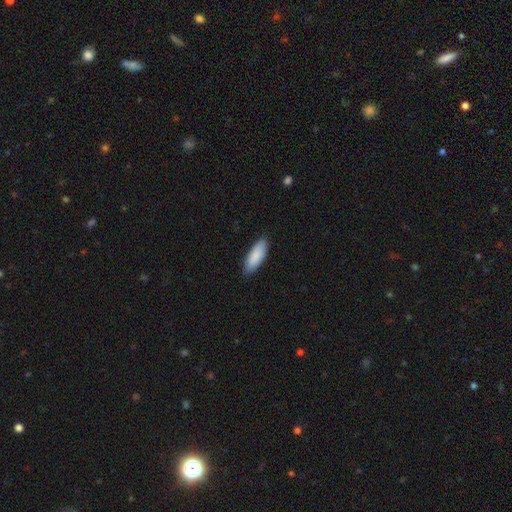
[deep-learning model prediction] Smooth or featured?
  - smooth: 88% *
  - featured or disk: 7%
  - star or artifact: 5%
How rounded?
  - in between: 74% *
  - cigar-shaped: 25%
  - round: 2%
Merging?
  - none: 85% *
  - minor disturbance: 12%
  - major disturbance: 2%
  - merger: 1%